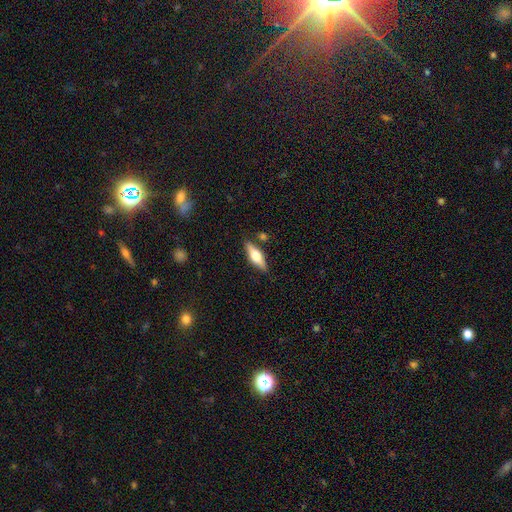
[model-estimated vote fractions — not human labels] A featured or disk galaxy (57%) viewed edge-on (94%) with a rounded central bulge (93%). Merging: none (83%).